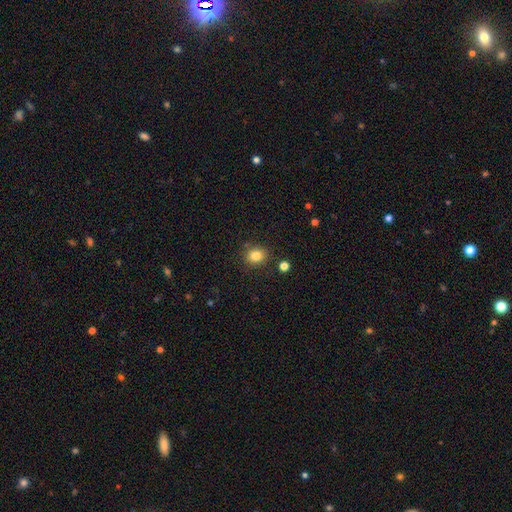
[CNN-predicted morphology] This appears to be a smooth galaxy with no disk features (82%) that is round (69%). Merging: none (84%).